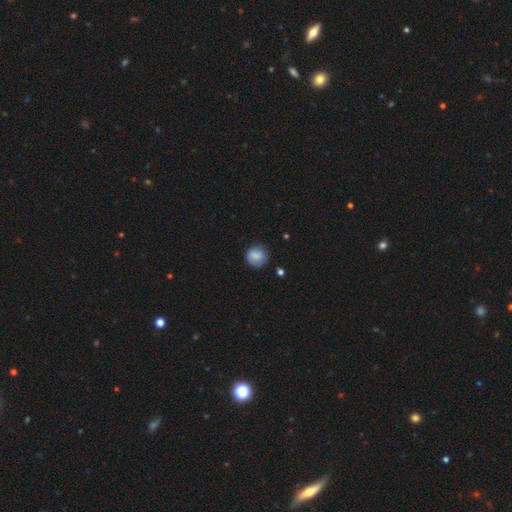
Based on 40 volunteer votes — Smooth or featured? smooth (78%)
How rounded? round (94%)
Merging? none (84%)